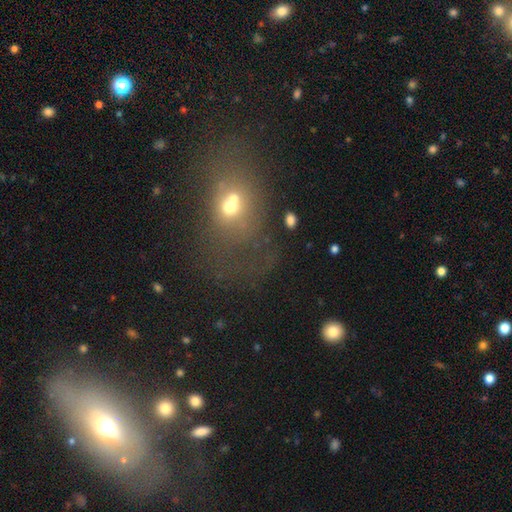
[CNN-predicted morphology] Overall: smooth (50%; star or artifact 29%). Merging: none (60%).